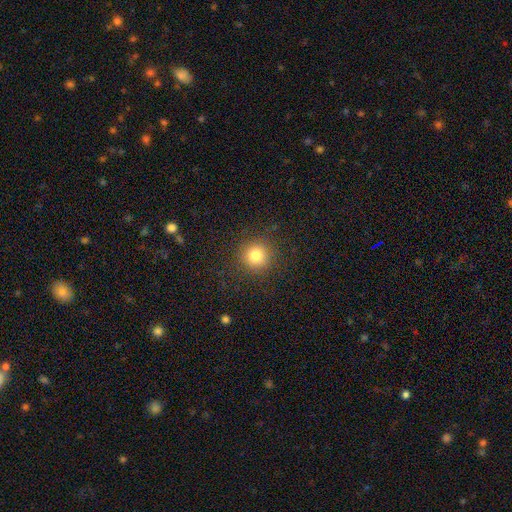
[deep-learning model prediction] Smooth or featured?
  - smooth: 80% *
  - star or artifact: 13%
  - featured or disk: 7%
How rounded?
  - round: 94% *
  - in between: 5%
  - cigar-shaped: 1%
Merging?
  - none: 89% *
  - minor disturbance: 7%
  - major disturbance: 3%
  - merger: 1%